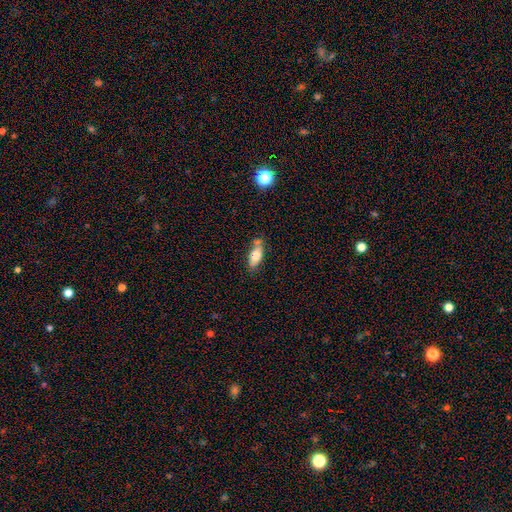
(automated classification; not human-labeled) Smooth or featured?
  - smooth: 70% *
  - featured or disk: 23%
  - star or artifact: 7%
How rounded?
  - in between: 81% *
  - cigar-shaped: 16%
  - round: 4%
Merging?
  - none: 58% *
  - minor disturbance: 22%
  - merger: 15%
  - major disturbance: 5%